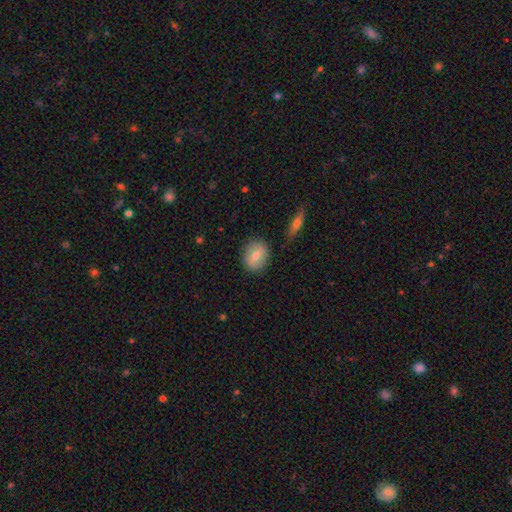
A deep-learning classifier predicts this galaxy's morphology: smooth-or-featured: smooth: 62% | featured or disk: 31% | star or artifact: 8%
  how-rounded: round: 55% | in between: 43% | cigar-shaped: 2%
  merging: none: 86% | minor disturbance: 9% | merger: 2% | major disturbance: 2%